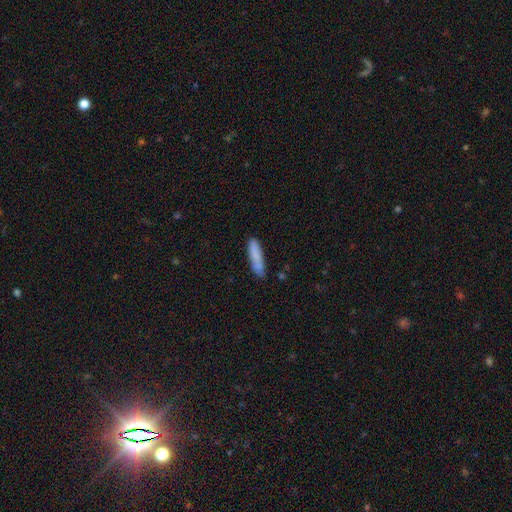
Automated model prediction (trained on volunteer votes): Smooth or featured: smooth — 83% (featured or disk — 11%)
How rounded: cigar-shaped — 81% (in between — 17%)
Merging: none — 79% (minor disturbance — 16%)